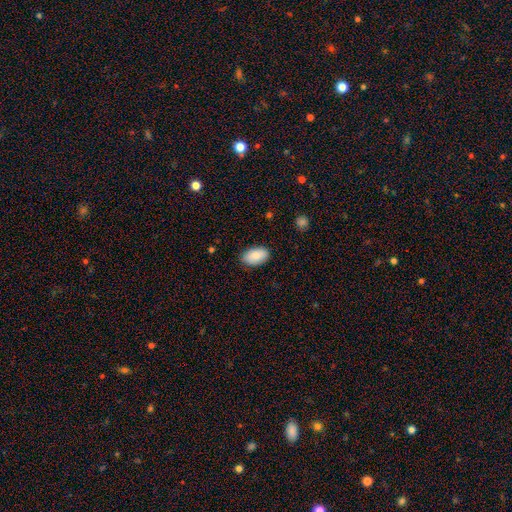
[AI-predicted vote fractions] The model was most divided on "merging": none: 84%, minor disturbance: 13%, major disturbance: 2%, merger: 1%. More confident: how rounded — in between (93%); smooth or featured — smooth (85%).